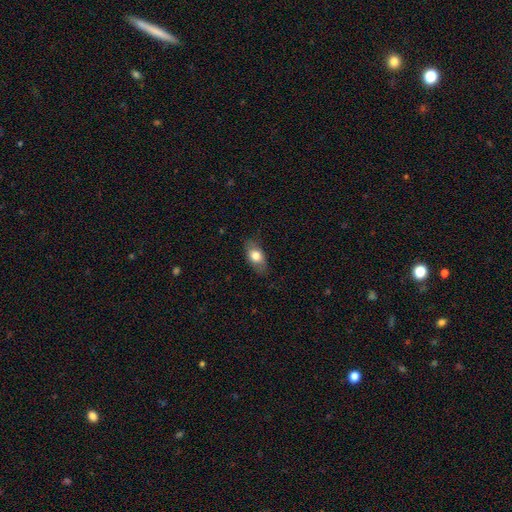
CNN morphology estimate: This is likely a smooth galaxy (74%). How rounded: clearly in between (86%). Merging: clearly none (81%).